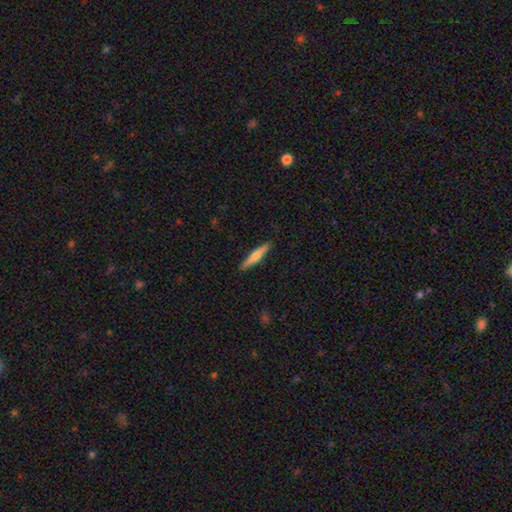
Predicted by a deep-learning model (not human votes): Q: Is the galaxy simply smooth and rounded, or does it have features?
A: smooth — 58%.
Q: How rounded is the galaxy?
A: cigar-shaped — 92%.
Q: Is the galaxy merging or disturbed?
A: none — 90%.